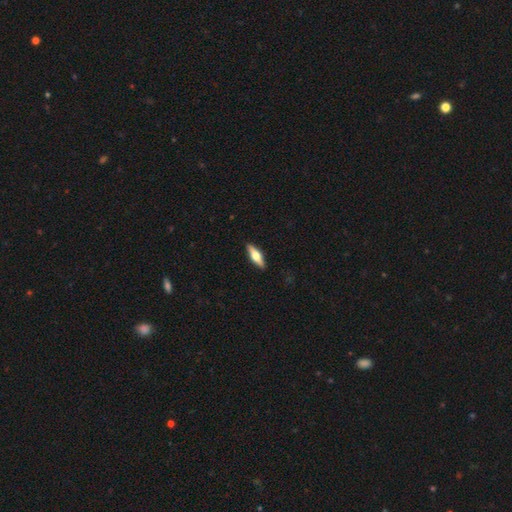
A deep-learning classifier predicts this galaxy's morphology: type=featured or disk (55%); edge-on=yes (94%); edge-on bulge=rounded (94%); merging=none (91%).